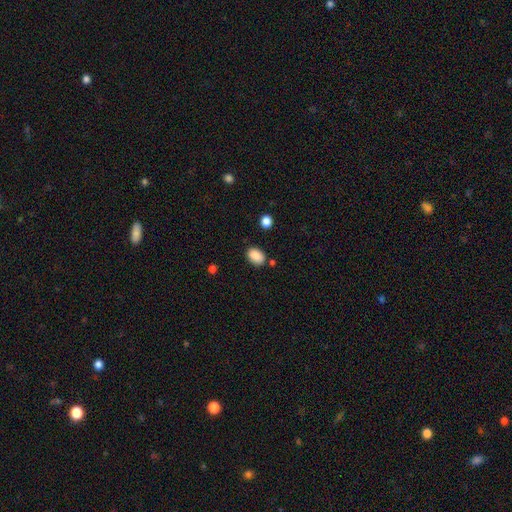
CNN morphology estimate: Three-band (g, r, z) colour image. It shows a smooth galaxy with no disk features (88%) that is in between round and cigar-shaped (79%). Merging: none (79%).